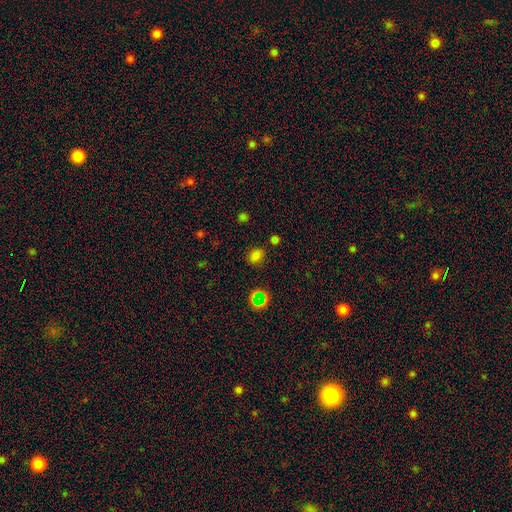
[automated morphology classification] Smooth or featured? smooth (75%)
How rounded? round (53%)
Merging? none (81%)